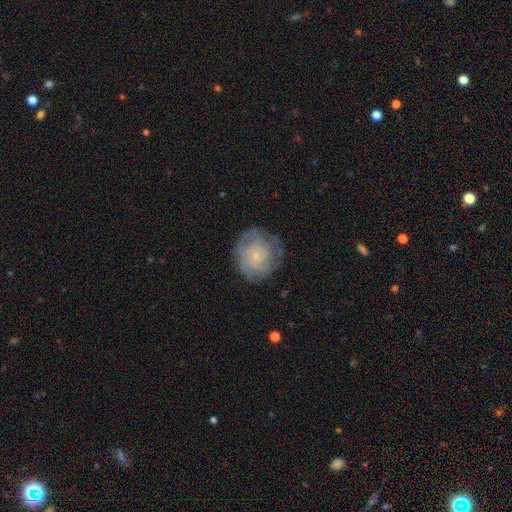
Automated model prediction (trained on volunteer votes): Overall: featured or disk (60%; smooth 31%). Edge-on disk: no (98%). Bar: no (83%). Spiral arms: yes (82%). Bulge size: small (81%). Merging: none (73%).